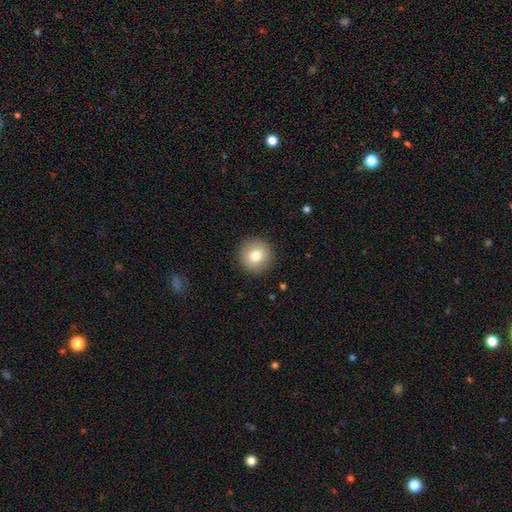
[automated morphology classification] smooth 79%, featured or disk 12%, star or artifact 9%. Down the decision tree: how rounded — round (95%); merging — none (92%).